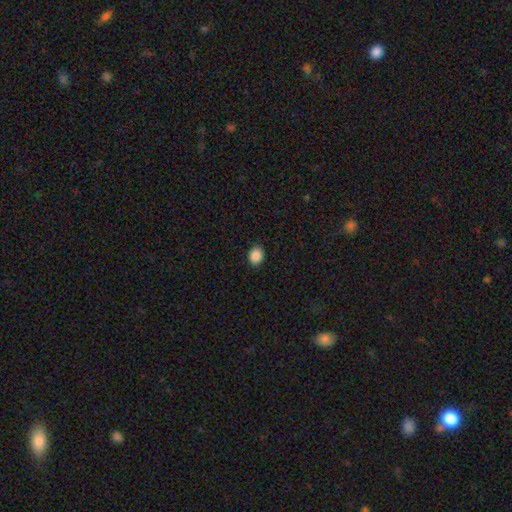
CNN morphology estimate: type=smooth (88%); roundness=round (60%); merging=none (90%).